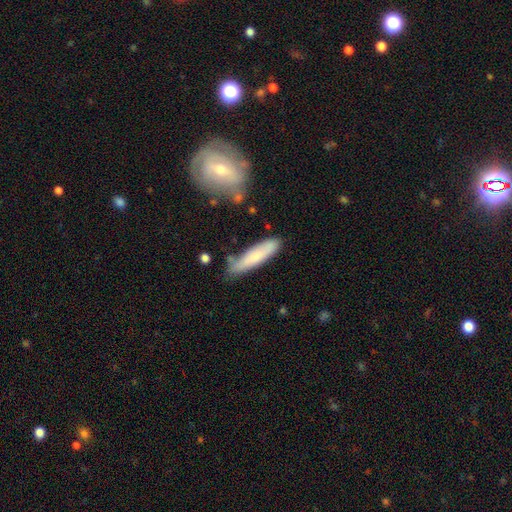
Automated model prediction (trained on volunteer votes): This appears to be a smooth galaxy with no disk features (72%) that is cigar-shaped (81%). Merging: none (70%).